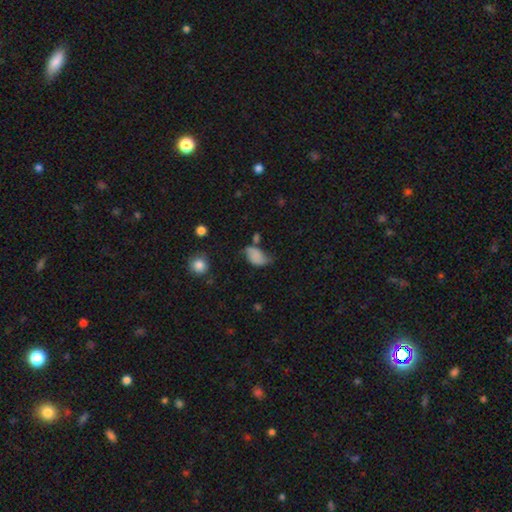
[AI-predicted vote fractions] This appears to be a smooth galaxy with no disk features (74%) that is in between round and cigar-shaped (90%). Merging: minor disturbance (38%).